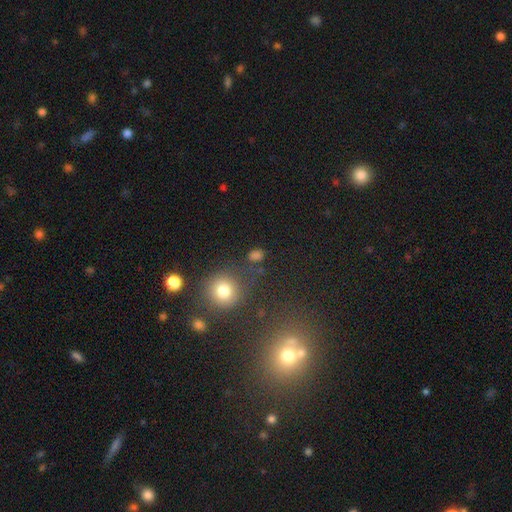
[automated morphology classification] Smooth or featured? smooth (69%)
How rounded? round (55%)
Merging? none (73%)